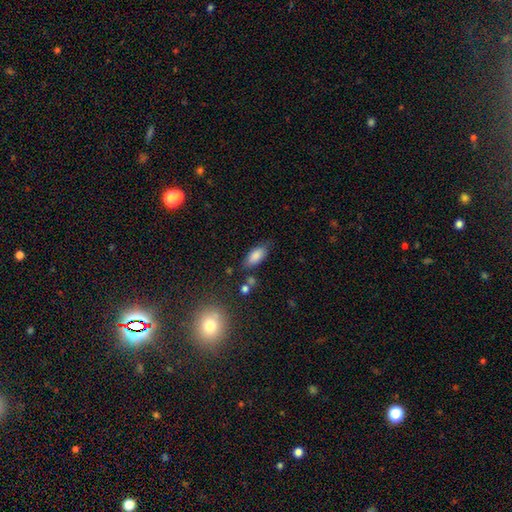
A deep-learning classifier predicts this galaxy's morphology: Smooth or featured? Predicted: smooth (p=0.83). How rounded? Predicted: in between (p=0.87). Merging? Predicted: none (p=0.68).